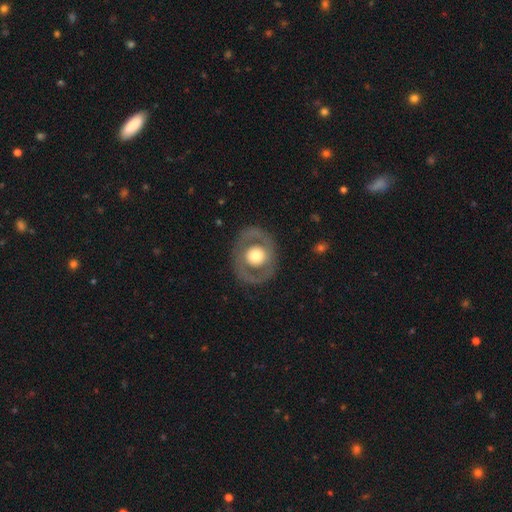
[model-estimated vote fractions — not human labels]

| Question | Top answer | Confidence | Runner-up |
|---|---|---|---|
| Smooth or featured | featured or disk | 56% | smooth (38%) |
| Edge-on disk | no | 95% | yes (5%) |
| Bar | no | 85% | weak (11%) |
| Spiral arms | no | 79% | yes (21%) |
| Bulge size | large | 46% | moderate (45%) |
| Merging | none | 81% | minor disturbance (11%) |